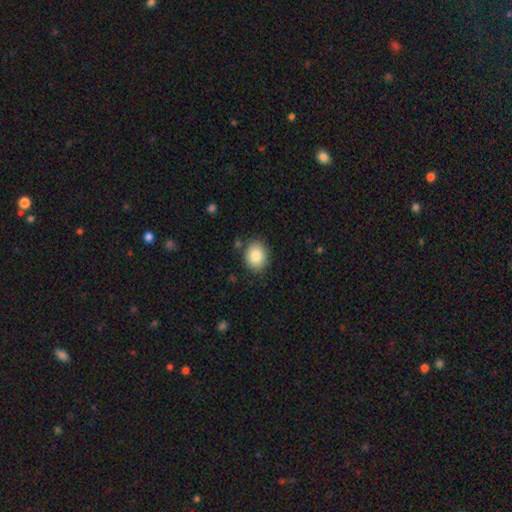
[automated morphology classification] Overall: smooth (85%). How rounded: round (50%; in between 49%). Merging: none (84%).